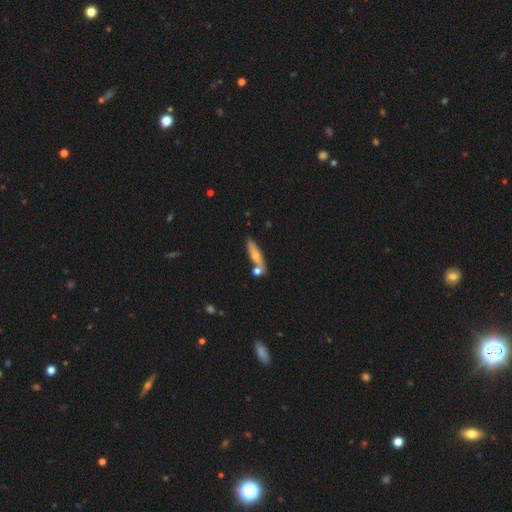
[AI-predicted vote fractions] Smooth or featured? Predicted: smooth (p=0.64). How rounded? Predicted: cigar-shaped (p=0.75). Merging? Predicted: none (p=0.66).